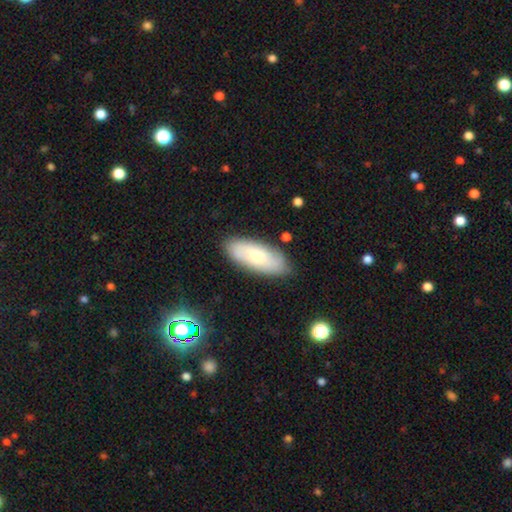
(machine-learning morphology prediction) Overall: smooth (55%; featured or disk 38%). How rounded: in between (82%). Merging: none (84%).